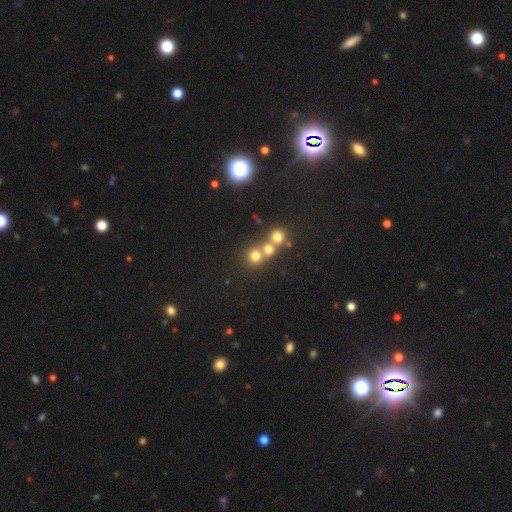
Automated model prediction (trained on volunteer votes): smooth 70%, star or artifact 19%, featured or disk 11%. Down the decision tree: how rounded — round (87%); merging — none (48%).